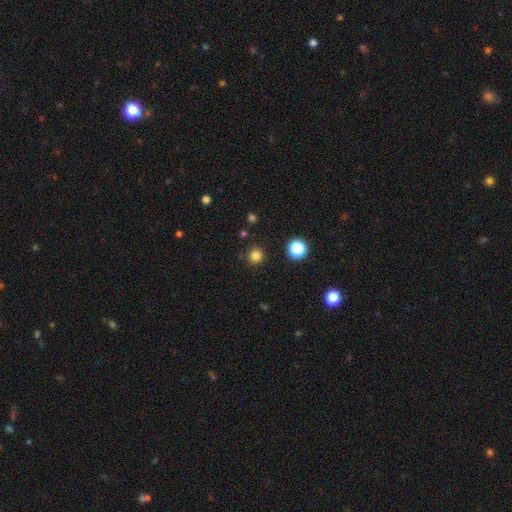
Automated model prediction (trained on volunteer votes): smooth_or_featured: smooth (p=0.81) [alt: star or artifact p=0.15]
how_rounded: round (p=0.95) [alt: in between p=0.04]
merging: none (p=0.91) [alt: minor disturbance p=0.06]